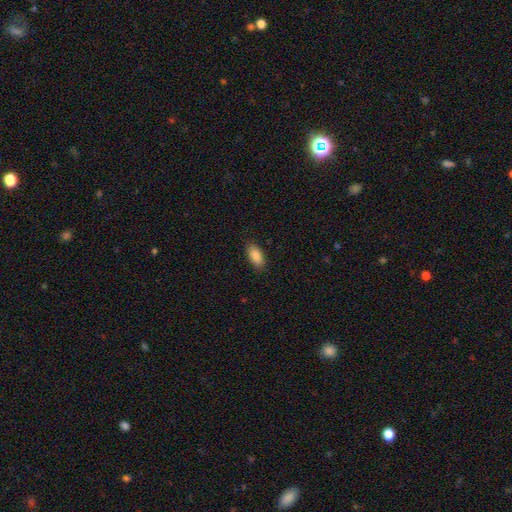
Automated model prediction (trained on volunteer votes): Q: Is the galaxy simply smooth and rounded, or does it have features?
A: smooth — 87%.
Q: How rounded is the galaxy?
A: in between — 90%.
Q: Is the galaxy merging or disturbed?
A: none — 87%.